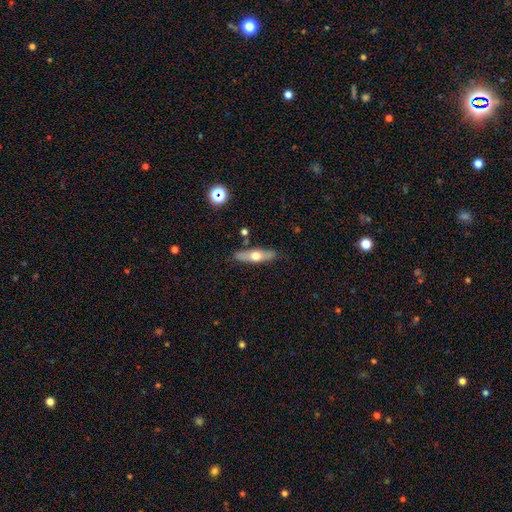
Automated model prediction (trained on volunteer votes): A smooth galaxy with no disk features (49%). Merging: none (83%).